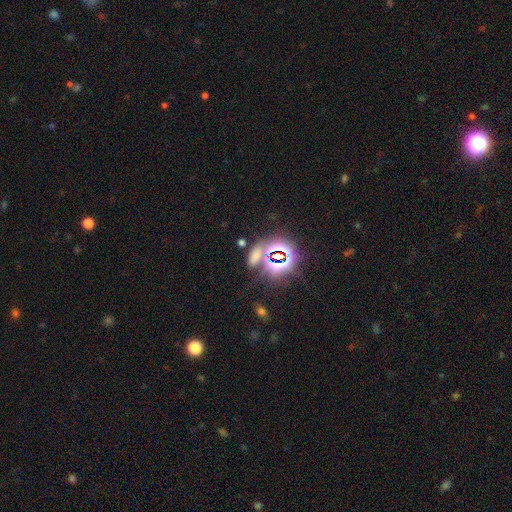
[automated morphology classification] Q: Smooth or featured?
A: star or artifact (51%); runner-up: smooth (39%)